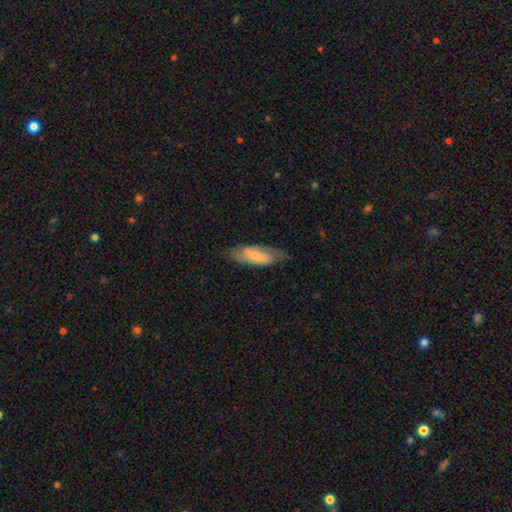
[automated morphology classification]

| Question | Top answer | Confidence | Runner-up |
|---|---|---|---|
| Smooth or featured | featured or disk | 53% | smooth (41%) |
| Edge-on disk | no | 86% | yes (14%) |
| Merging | none | 71% | minor disturbance (21%) |